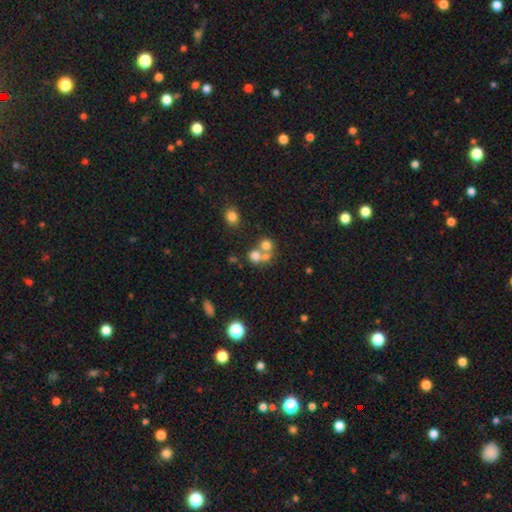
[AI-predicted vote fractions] This is likely a smooth galaxy (67%). How rounded: likely round (78%). Merging: possibly merger (52%).